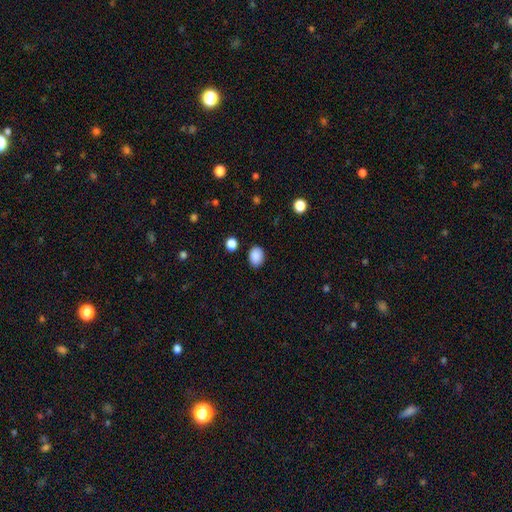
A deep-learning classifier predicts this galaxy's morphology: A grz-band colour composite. It shows a smooth galaxy with no disk features (88%) that is in between round and cigar-shaped (67%). Merging: none (85%).